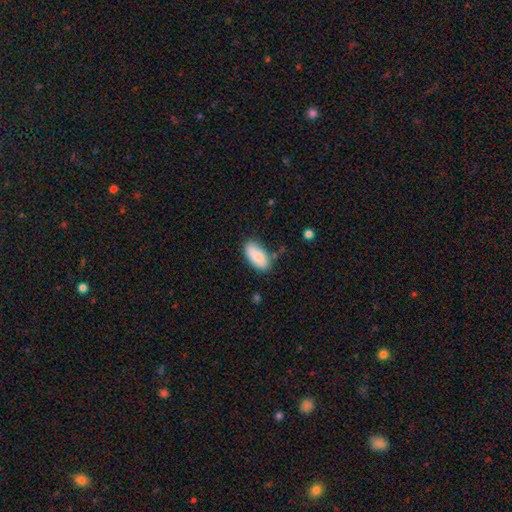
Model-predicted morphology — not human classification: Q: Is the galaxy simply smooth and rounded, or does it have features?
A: smooth — 85%.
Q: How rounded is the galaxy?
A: in between — 91%.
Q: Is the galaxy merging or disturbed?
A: none — 78%.